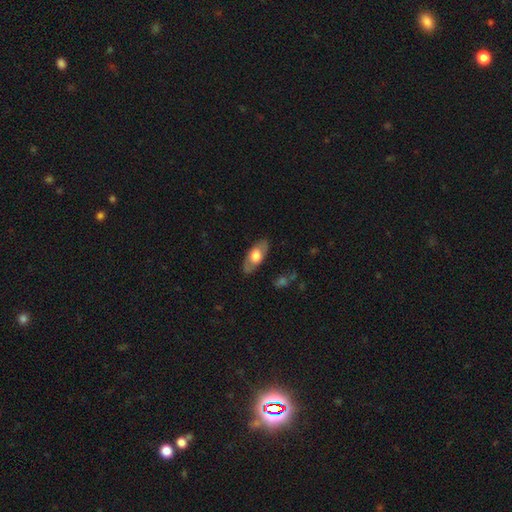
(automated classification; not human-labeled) This appears to be a smooth galaxy with no disk features (56%) that is in between round and cigar-shaped (86%). Merging: none (81%).